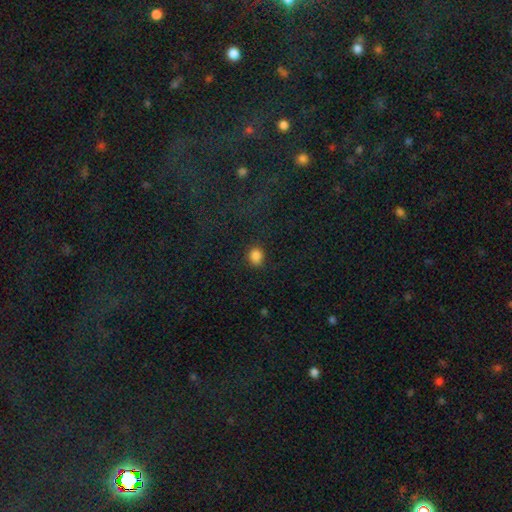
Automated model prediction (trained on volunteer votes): This appears to be a smooth galaxy with no disk features (84%) that is round (68%). Merging: none (82%).